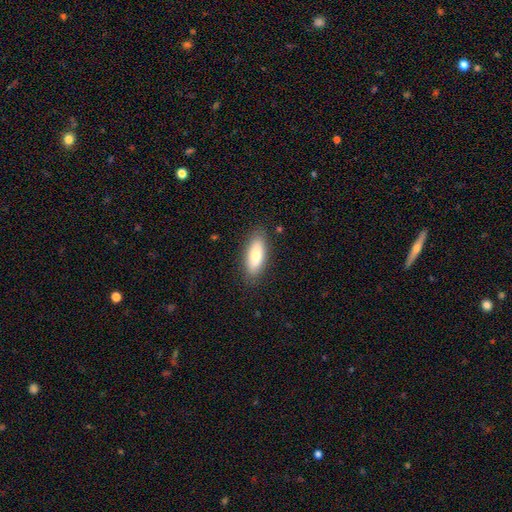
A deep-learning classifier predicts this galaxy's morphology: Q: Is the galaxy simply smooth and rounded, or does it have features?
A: smooth — 80%.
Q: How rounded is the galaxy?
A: in between — 69%.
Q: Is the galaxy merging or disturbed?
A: none — 85%.